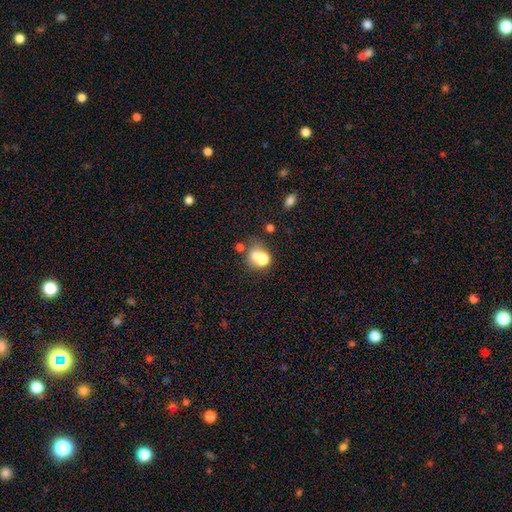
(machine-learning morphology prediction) Q: Smooth or featured?
A: smooth (68%); runner-up: featured or disk (16%)
Q: How rounded?
A: round (62%); runner-up: in between (37%)
Q: Merging?
A: merger (40%); runner-up: none (34%)